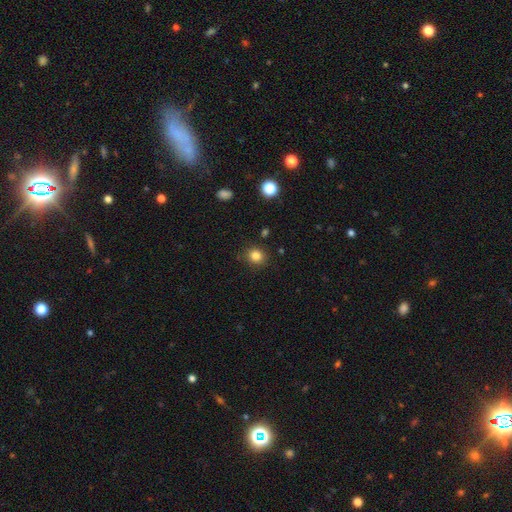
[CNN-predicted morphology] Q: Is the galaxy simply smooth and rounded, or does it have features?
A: smooth — 83%.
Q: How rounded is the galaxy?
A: round — 82%.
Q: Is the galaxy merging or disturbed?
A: none — 87%.